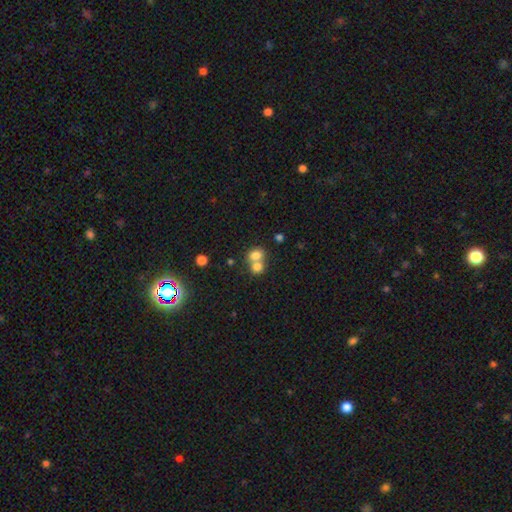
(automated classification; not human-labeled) Smooth or featured? Predicted: smooth (p=0.76). How rounded? Predicted: round (p=0.52). Merging? Predicted: merger (p=0.61).